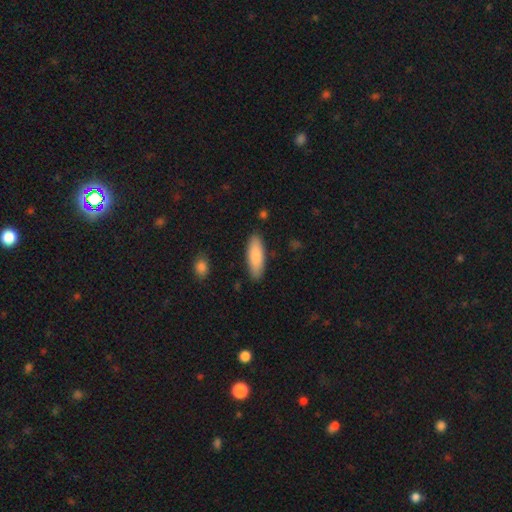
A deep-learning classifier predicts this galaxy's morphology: The model was most divided on "how rounded": in between: 59%, cigar-shaped: 40%, round: 2%. More confident: merging — none (87%); smooth or featured — smooth (85%).